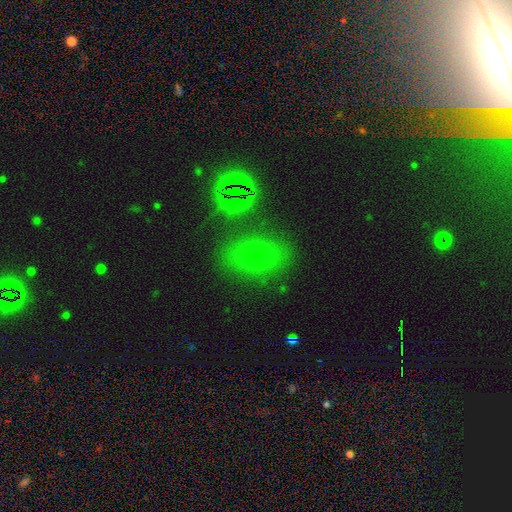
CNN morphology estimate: type=smooth (58%); roundness=in between (61%); merging=none (78%).